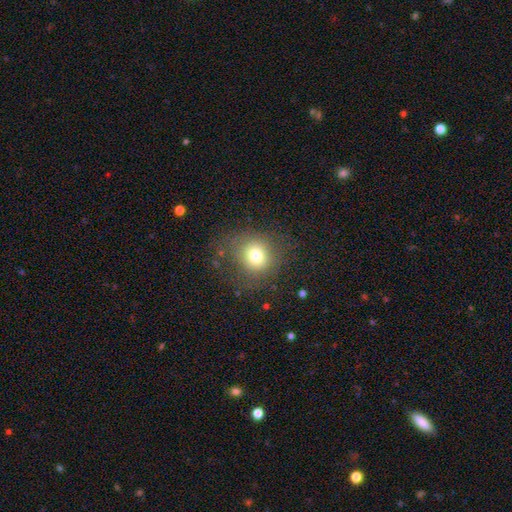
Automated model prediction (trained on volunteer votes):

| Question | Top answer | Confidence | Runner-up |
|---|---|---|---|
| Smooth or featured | smooth | 74% | star or artifact (14%) |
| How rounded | round | 82% | in between (17%) |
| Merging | none | 75% | minor disturbance (14%) |